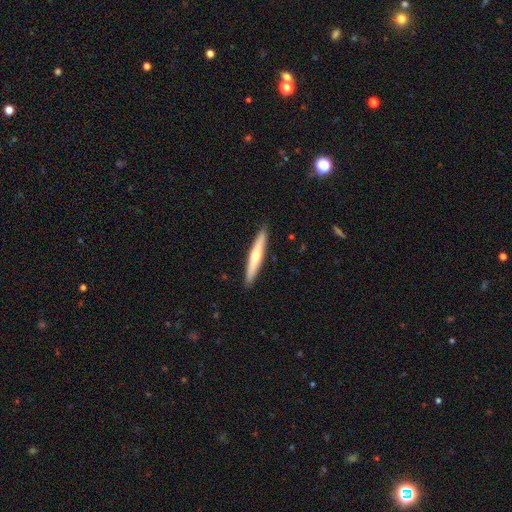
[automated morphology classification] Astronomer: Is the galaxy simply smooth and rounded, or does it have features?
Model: featured or disk — 48% (runner-up: smooth, 47%).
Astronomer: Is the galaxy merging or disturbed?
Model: none — 91%.